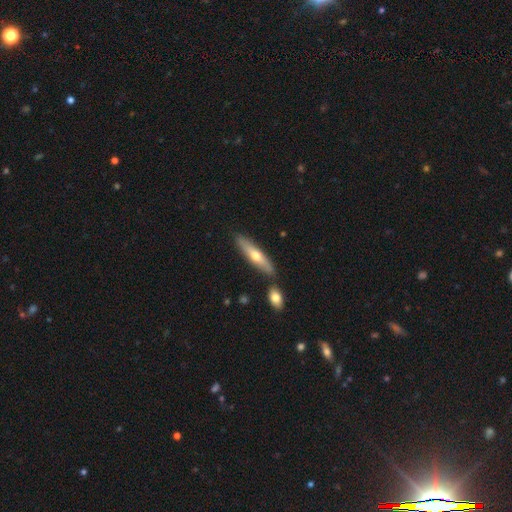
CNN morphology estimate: A smooth galaxy with no disk features (50%). Merging: none (76%).